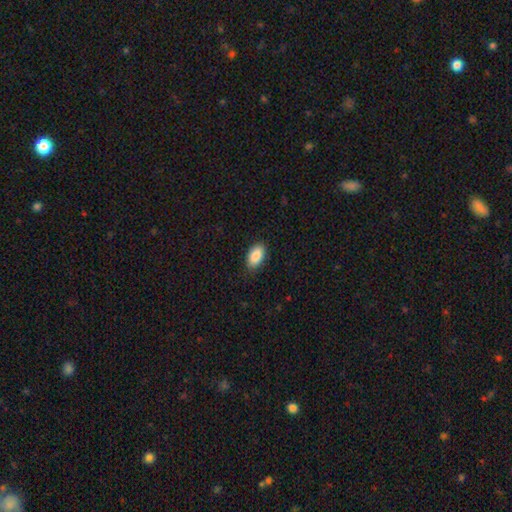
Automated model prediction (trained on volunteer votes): Q: Smooth or featured?
A: smooth (89%); runner-up: star or artifact (7%)
Q: How rounded?
A: in between (93%); runner-up: round (4%)
Q: Merging?
A: none (85%); runner-up: minor disturbance (11%)